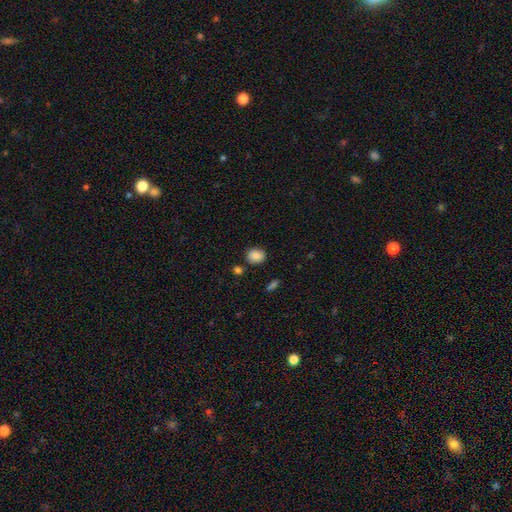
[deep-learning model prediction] Smooth or featured?
  - smooth: 86% *
  - star or artifact: 9%
  - featured or disk: 5%
How rounded?
  - in between: 51% *
  - round: 48%
  - cigar-shaped: 1%
Merging?
  - none: 82% *
  - minor disturbance: 11%
  - merger: 5%
  - major disturbance: 3%